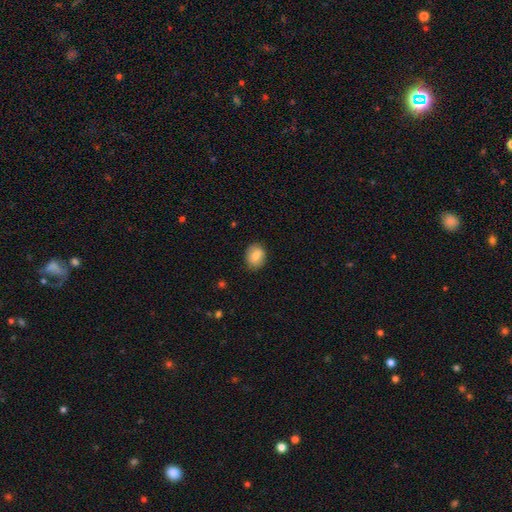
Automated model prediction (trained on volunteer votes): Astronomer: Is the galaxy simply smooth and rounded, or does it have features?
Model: smooth — 79%.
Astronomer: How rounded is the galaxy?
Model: in between — 61% (runner-up: round, 38%).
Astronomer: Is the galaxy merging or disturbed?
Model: none — 85%.